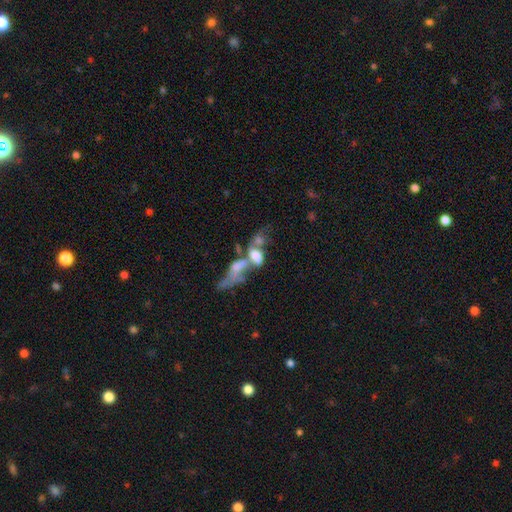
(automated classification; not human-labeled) smooth 49%, featured or disk 39%, star or artifact 12%. Down the decision tree: merging — merger (69%).